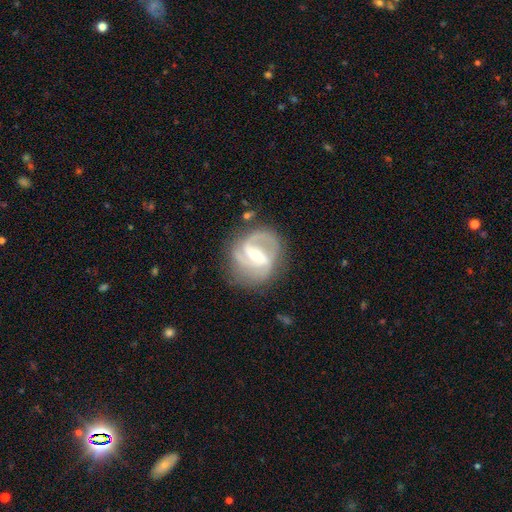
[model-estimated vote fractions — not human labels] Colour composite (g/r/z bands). It shows a featured or disk galaxy (89%) with a strong bar (49%), 2 (60%) medium (51%) spiral arms (96%) and a moderate central bulge (50%). Merging: none (70%).